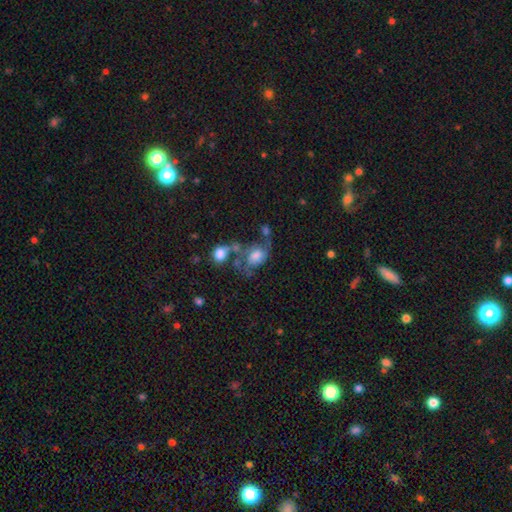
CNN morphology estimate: A featured or disk galaxy (52%). Merging: none (30%).